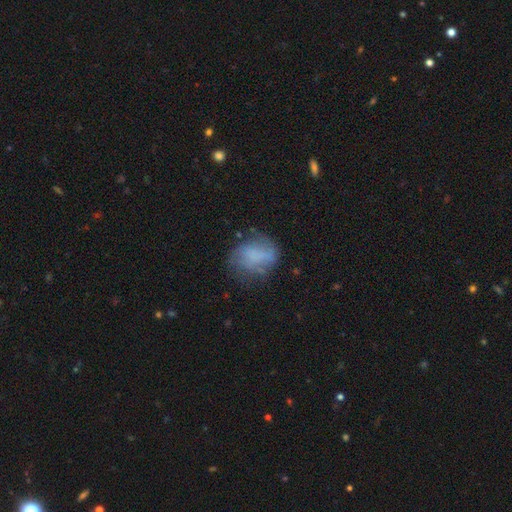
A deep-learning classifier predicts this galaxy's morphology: smooth-or-featured: smooth: 55% | featured or disk: 35% | star or artifact: 11%
  how-rounded: in between: 56% | round: 42% | cigar-shaped: 2%
  merging: none: 53% | minor disturbance: 27% | major disturbance: 17% | merger: 3%